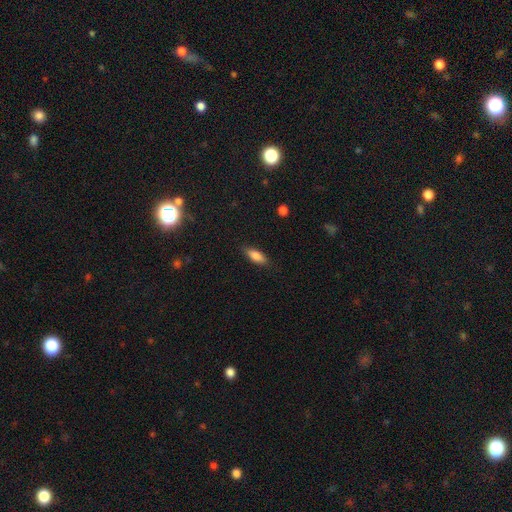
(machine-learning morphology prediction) type=smooth (82%); roundness=in between (70%); merging=none (84%).